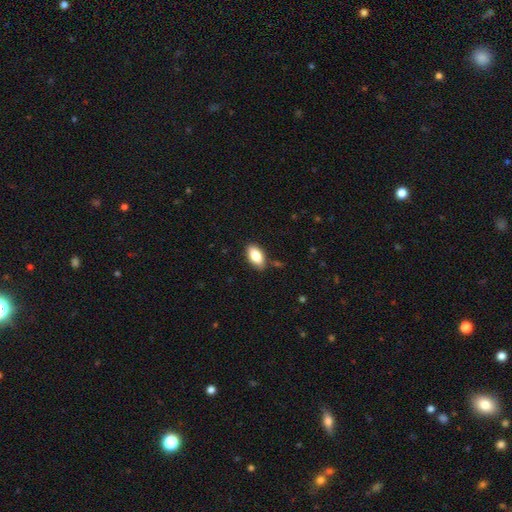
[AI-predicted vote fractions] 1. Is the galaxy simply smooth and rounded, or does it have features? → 84% smooth, 9% featured or disk, 7% star or artifact.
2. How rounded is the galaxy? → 92% in between, 4% cigar-shaped, 4% round.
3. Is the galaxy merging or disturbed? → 83% none, 13% minor disturbance, 3% major disturbance, 2% merger.